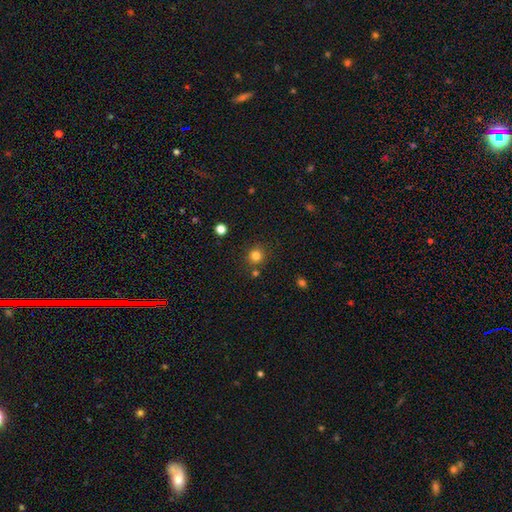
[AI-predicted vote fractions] This is clearly a smooth galaxy (81%). How rounded: clearly round (91%). Merging: clearly none (80%).